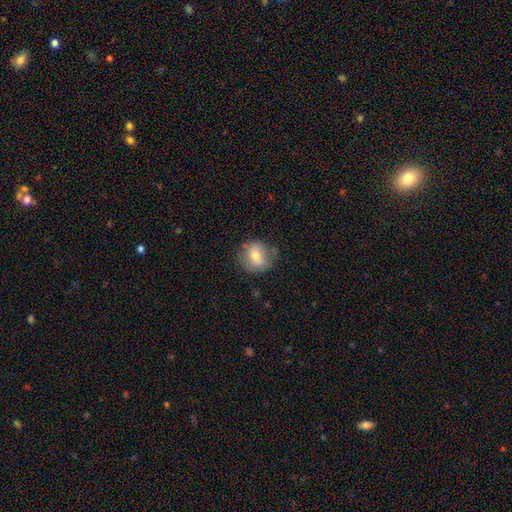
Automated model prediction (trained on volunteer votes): Smooth or featured: smooth — 65% (featured or disk — 27%)
How rounded: round — 79% (in between — 20%)
Merging: none — 74% (minor disturbance — 19%)